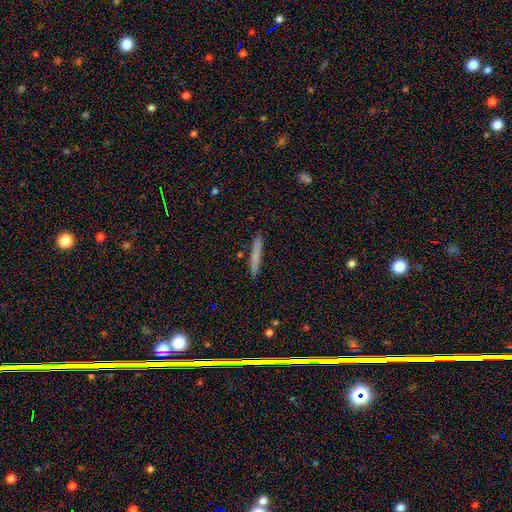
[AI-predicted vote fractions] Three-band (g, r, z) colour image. It shows a smooth galaxy with no disk features (70%) that is cigar-shaped (95%). Merging: none (89%).